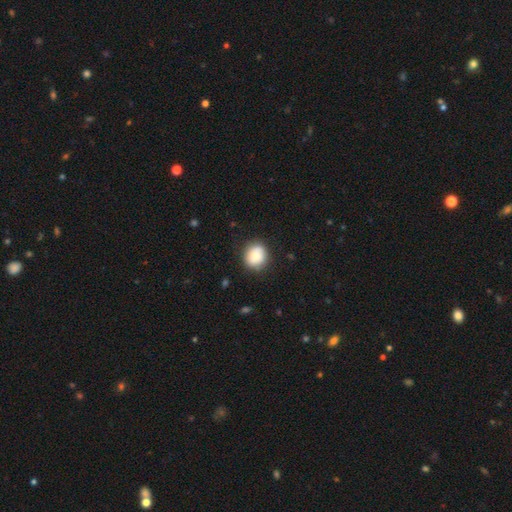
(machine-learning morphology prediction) Smooth or featured: smooth — 73% (featured or disk — 18%)
How rounded: round — 80% (in between — 19%)
Merging: none — 80% (minor disturbance — 15%)